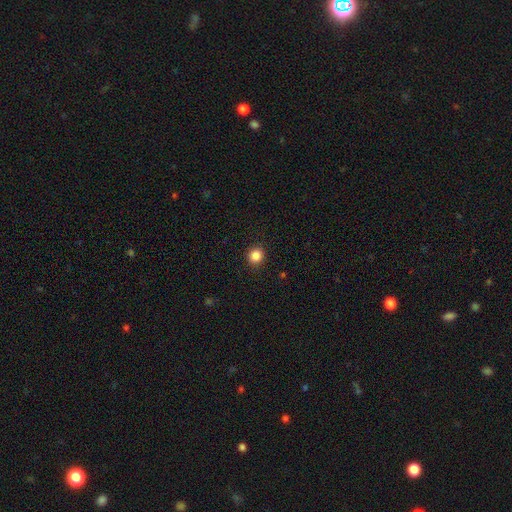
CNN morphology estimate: The model was most divided on "smooth or featured": smooth: 86%, star or artifact: 11%, featured or disk: 3%. More confident: merging — none (91%); how rounded — round (89%).